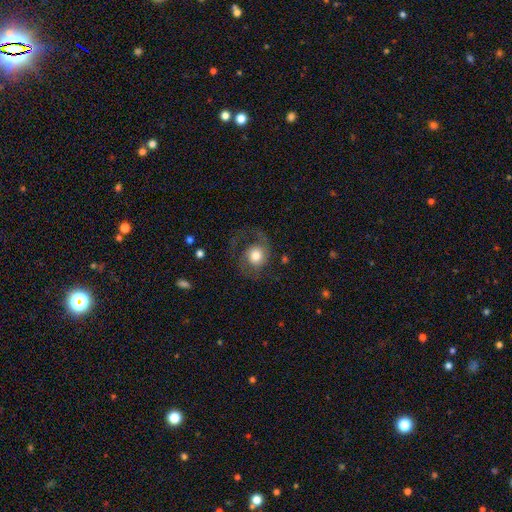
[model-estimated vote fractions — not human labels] smooth 46%, featured or disk 45%, star or artifact 8%. Down the decision tree: merging — none (49%).